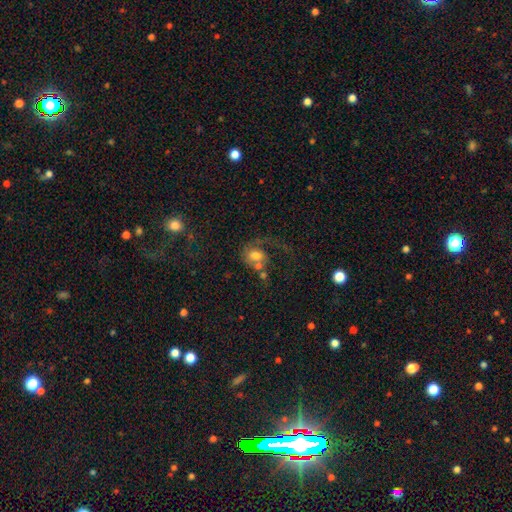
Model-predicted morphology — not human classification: A smooth galaxy with no disk features (45%, tied with featured or disk).

Vote fractions:
- Smooth or featured? smooth: 45% (tied) / featured or disk: 45% (tied) / star or artifact: 10%
- Merging? merger: 32% (tied) / major disturbance: 32% (tied) / none: 23% / minor disturbance: 13%